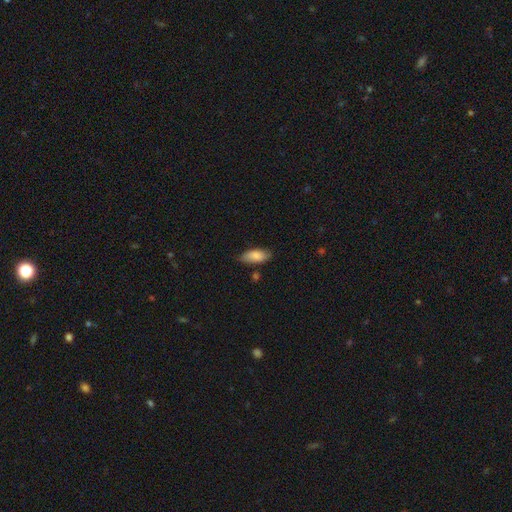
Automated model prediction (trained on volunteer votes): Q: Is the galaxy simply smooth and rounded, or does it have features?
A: smooth — 85%.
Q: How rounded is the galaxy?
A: in between — 86%.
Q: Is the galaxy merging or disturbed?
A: none — 74%.